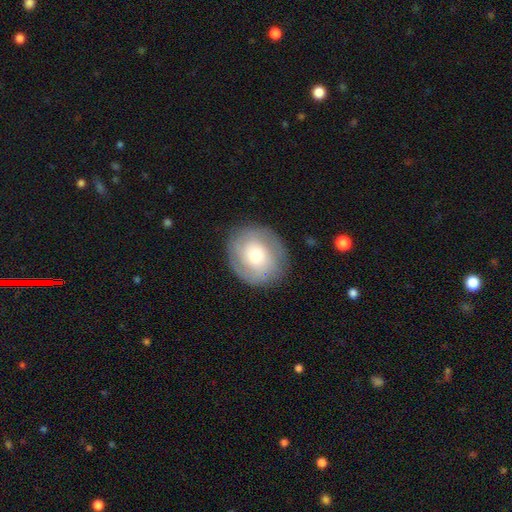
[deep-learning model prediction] This appears to be a featured or disk galaxy (48%). Merging: none (84%).